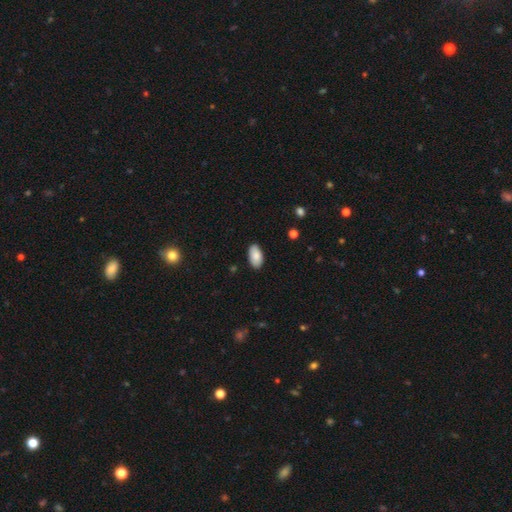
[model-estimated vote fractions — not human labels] Smooth or featured? smooth (87%)
How rounded? in between (96%)
Merging? none (88%)